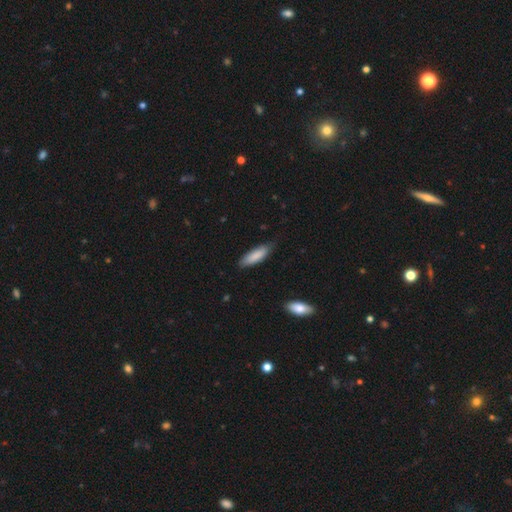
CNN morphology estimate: smooth-or-featured: smooth: 85% | featured or disk: 10% | star or artifact: 5%
  how-rounded: cigar-shaped: 50% | in between: 49% | round: 1%
  merging: none: 75% | minor disturbance: 20% | major disturbance: 3% | merger: 1%